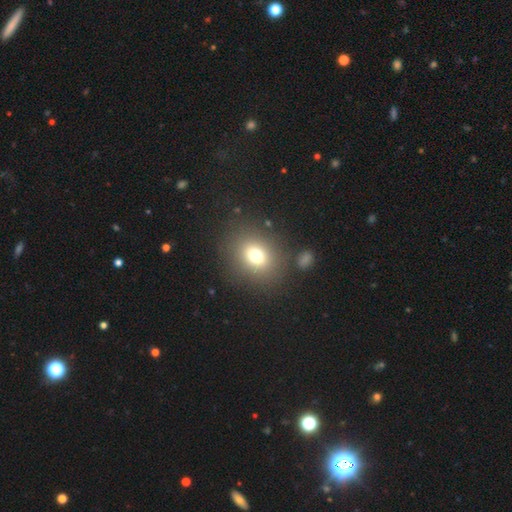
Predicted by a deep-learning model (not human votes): This appears to be a smooth galaxy with no disk features (73%) that is round (60%). Merging: none (82%).